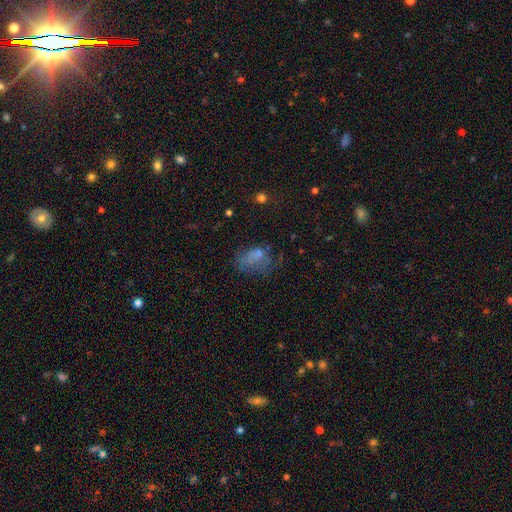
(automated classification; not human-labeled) Morphology: type=smooth (55%); roundness=in between (82%); merging=major disturbance (41%).